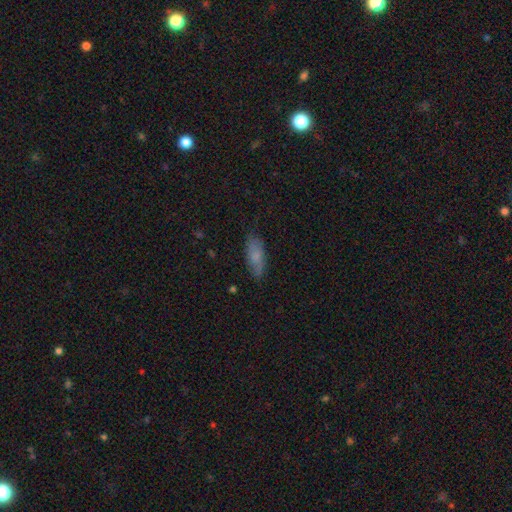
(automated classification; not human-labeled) Smooth or featured: smooth — 72% (featured or disk — 20%)
How rounded: in between — 69% (cigar-shaped — 29%)
Merging: none — 77% (minor disturbance — 18%)